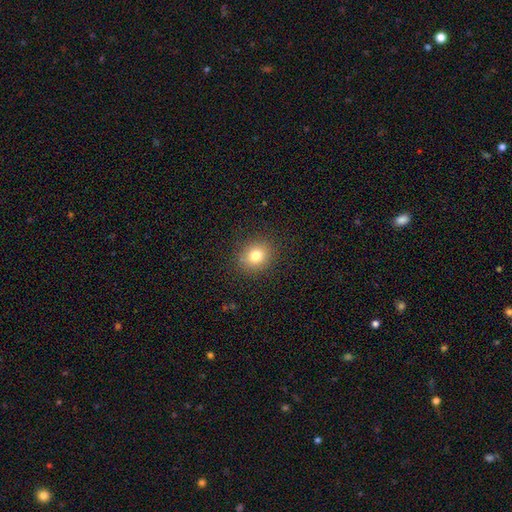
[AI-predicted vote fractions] Overall: smooth (78%). How rounded: round (70%). Merging: none (88%).